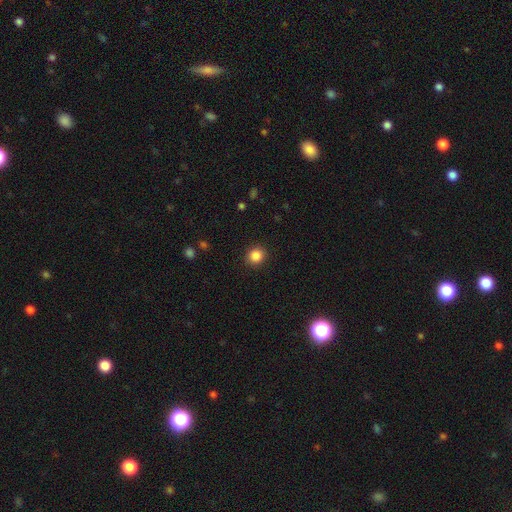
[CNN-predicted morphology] type=smooth (86%); roundness=round (88%); merging=none (91%).